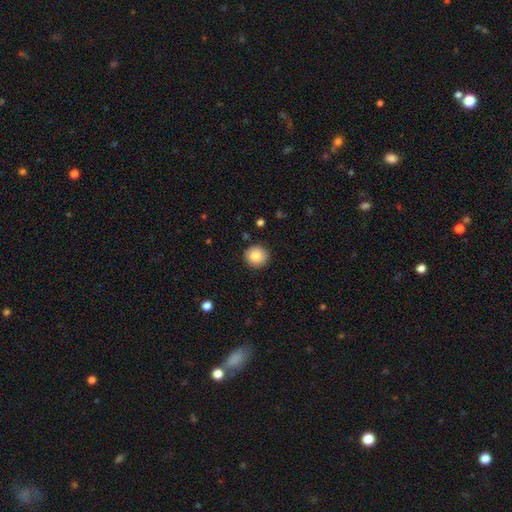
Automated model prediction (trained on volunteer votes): Q: Smooth or featured?
A: smooth (83%); runner-up: star or artifact (8%)
Q: How rounded?
A: round (94%); runner-up: in between (5%)
Q: Merging?
A: none (90%); runner-up: minor disturbance (7%)